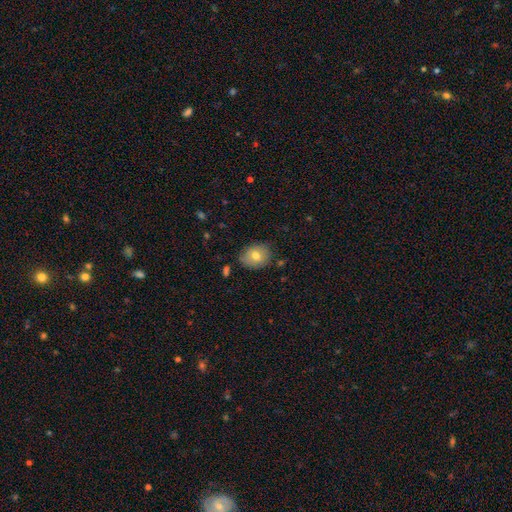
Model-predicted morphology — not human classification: type=smooth (74%); roundness=in between (51%); merging=none (78%).